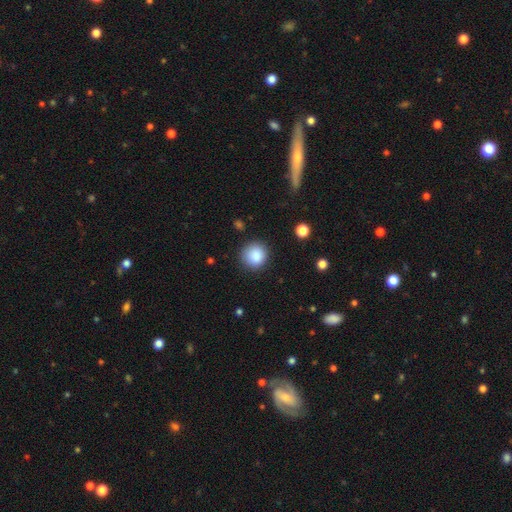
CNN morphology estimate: Smooth or featured?
  - smooth: 87% *
  - star or artifact: 9%
  - featured or disk: 4%
How rounded?
  - round: 91% *
  - in between: 8%
  - cigar-shaped: 1%
Merging?
  - none: 86% *
  - minor disturbance: 9%
  - major disturbance: 3%
  - merger: 1%